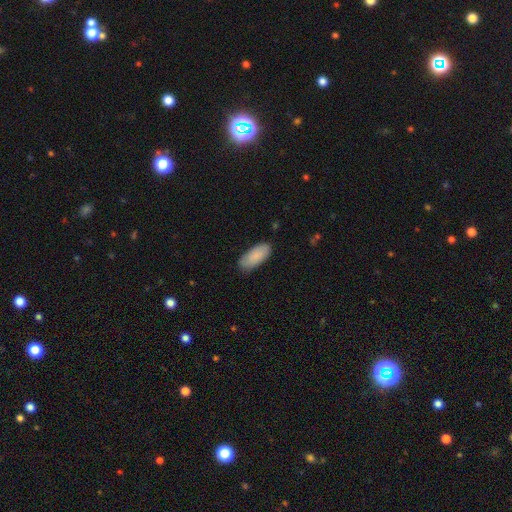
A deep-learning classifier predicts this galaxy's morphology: type=smooth (86%); roundness=in between (88%); merging=none (83%).